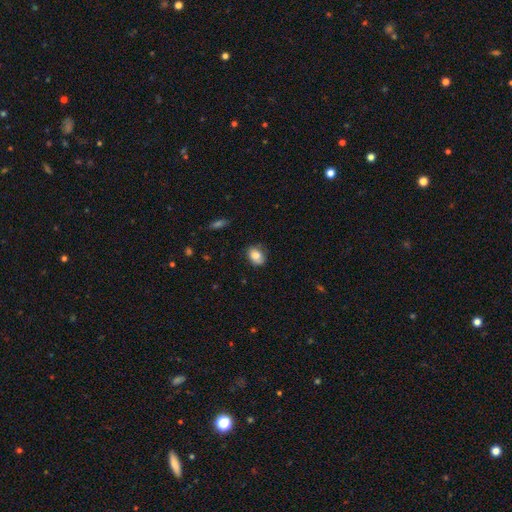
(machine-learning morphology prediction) This appears to be a smooth galaxy with no disk features (82%) that is in between round and cigar-shaped (66%). Merging: none (69%).